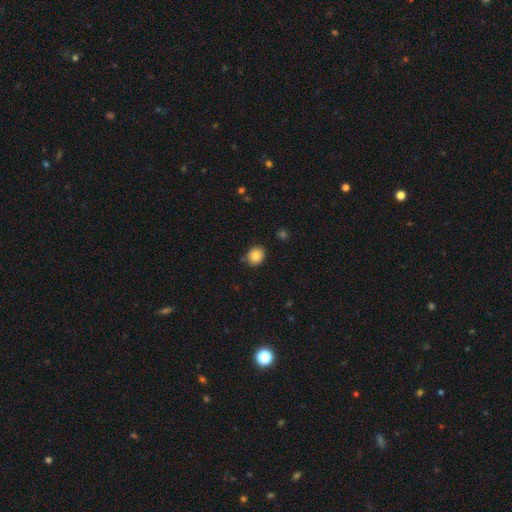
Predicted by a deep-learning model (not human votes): Smooth or featured?
  - smooth: 85% *
  - star or artifact: 9%
  - featured or disk: 5%
How rounded?
  - round: 68% *
  - in between: 31%
  - cigar-shaped: 1%
Merging?
  - none: 79% *
  - minor disturbance: 15%
  - major disturbance: 3%
  - merger: 3%